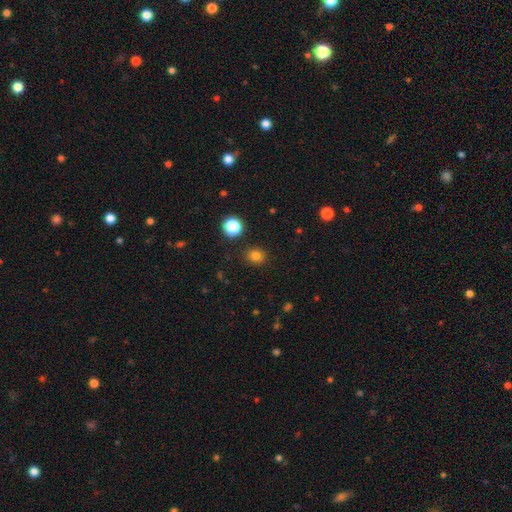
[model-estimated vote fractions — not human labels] Smooth or featured? smooth (80%)
How rounded? round (77%)
Merging? none (88%)